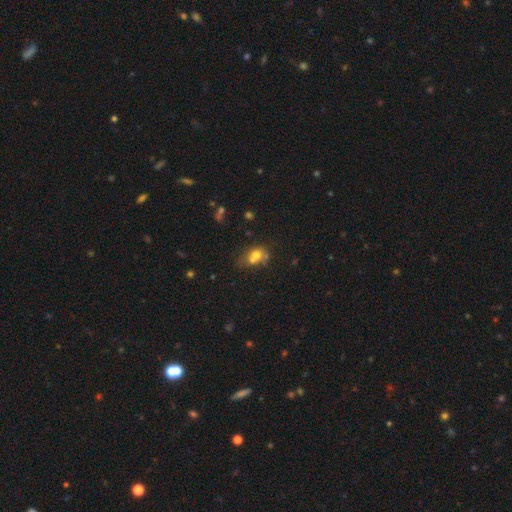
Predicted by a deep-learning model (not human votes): A smooth galaxy with no disk features (67%) that is in between round and cigar-shaped (58%).

Vote fractions:
- Smooth or featured? smooth: 67% / featured or disk: 19% / star or artifact: 13%
- How rounded? in between: 58% / round: 40% / cigar-shaped: 2%
- Merging? merger: 44% / none: 32% / minor disturbance: 15% / major disturbance: 9%